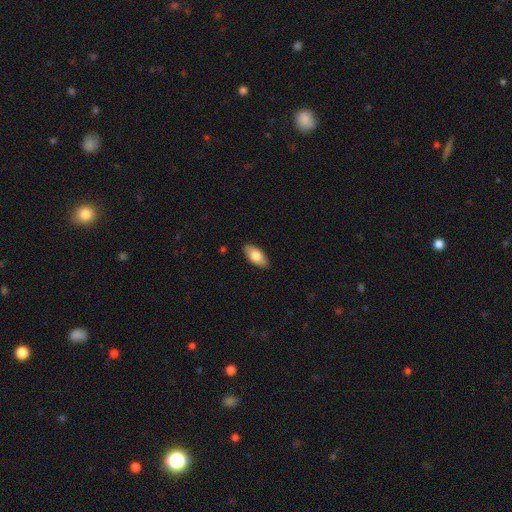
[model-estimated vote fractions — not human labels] Morphology: type=smooth (77%); roundness=in between (91%); merging=none (89%).